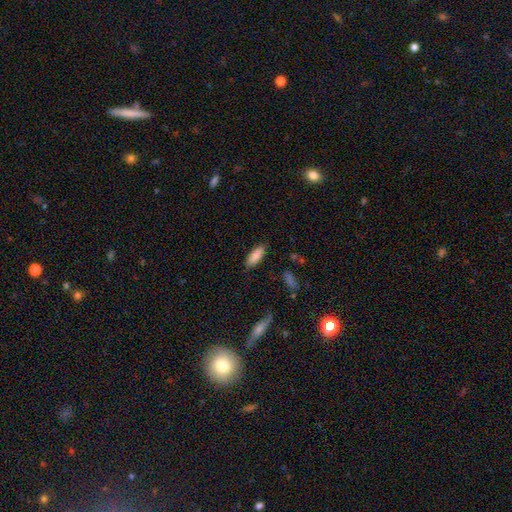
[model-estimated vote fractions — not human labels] Overall: smooth (86%). How rounded: in between (72%). Merging: none (84%).